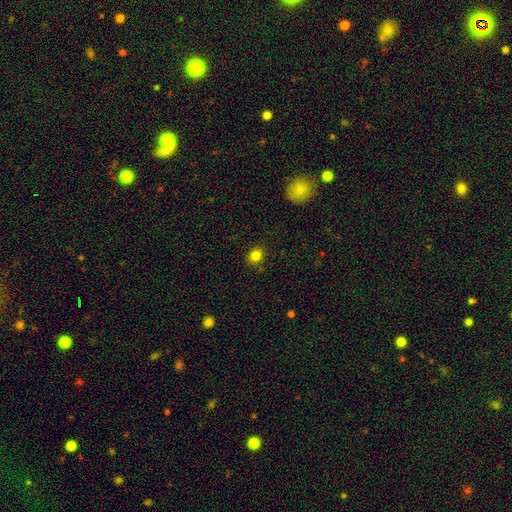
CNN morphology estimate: Smooth or featured?
  - smooth: 82% *
  - star or artifact: 12%
  - featured or disk: 6%
How rounded?
  - round: 69% *
  - in between: 31%
  - cigar-shaped: 1%
Merging?
  - none: 87% *
  - minor disturbance: 9%
  - major disturbance: 2%
  - merger: 2%